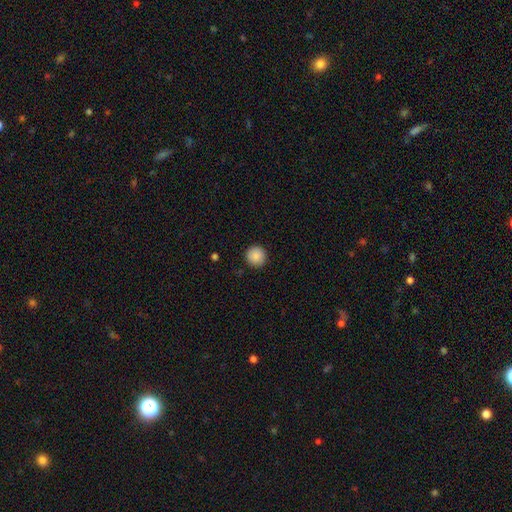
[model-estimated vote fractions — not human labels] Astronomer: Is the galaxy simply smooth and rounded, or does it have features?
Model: smooth — 88%.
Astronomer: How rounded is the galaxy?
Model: round — 95%.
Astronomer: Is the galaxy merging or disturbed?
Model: none — 91%.